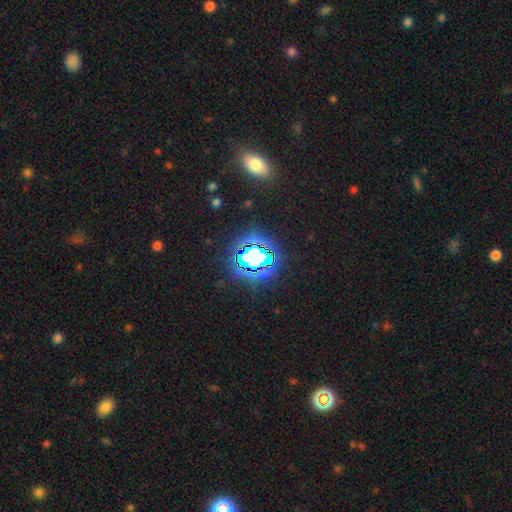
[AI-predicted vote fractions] This appears to be a star or artifact, not a galaxy (72%).